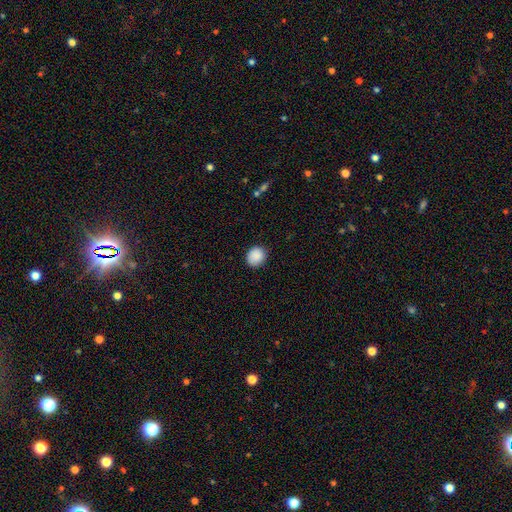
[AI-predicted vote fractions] A smooth galaxy with no disk features (89%) that is round (73%). Merging: none (87%).